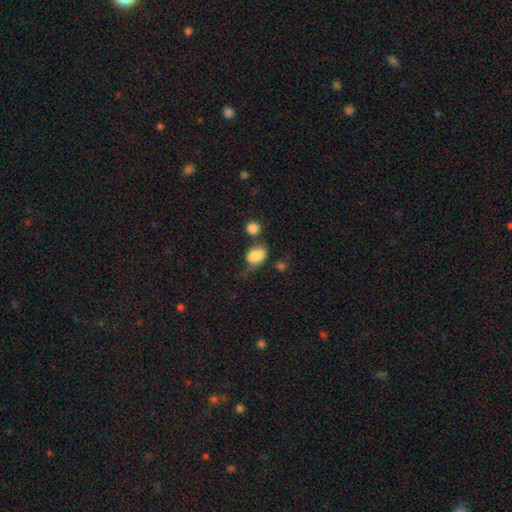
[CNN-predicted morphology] This appears to be a smooth galaxy with no disk features (81%) that is in between round and cigar-shaped (76%). Merging: none (38%).